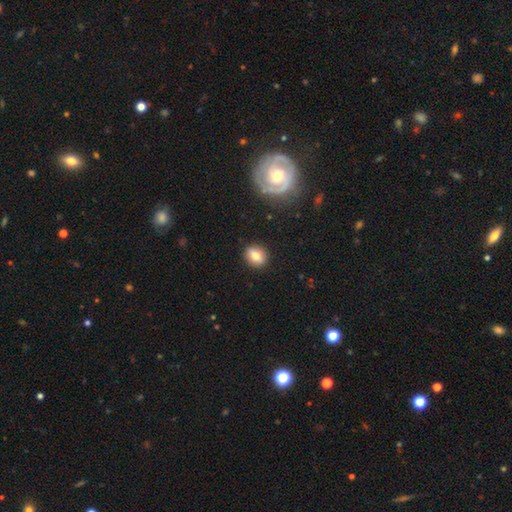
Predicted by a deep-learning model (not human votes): Smooth or featured: smooth — 74% (featured or disk — 17%)
How rounded: round — 57% (in between — 41%)
Merging: none — 88% (minor disturbance — 8%)